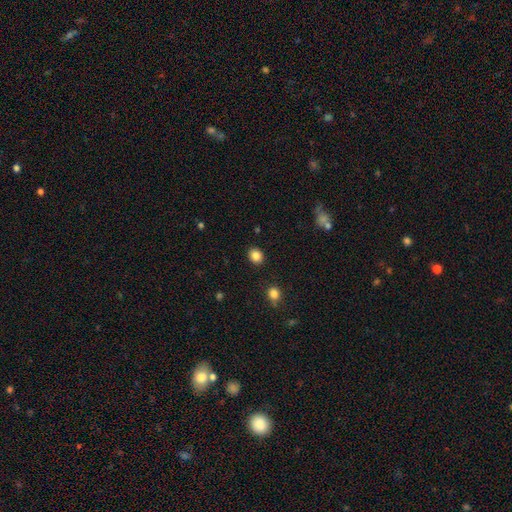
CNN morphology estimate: A smooth galaxy with no disk features (85%) that is round (66%).

Vote fractions:
- Smooth or featured? smooth: 85% / star or artifact: 11% / featured or disk: 4%
- How rounded? round: 66% / in between: 33% / cigar-shaped: 1%
- Merging? none: 89% / minor disturbance: 7% / major disturbance: 2% / merger: 2%